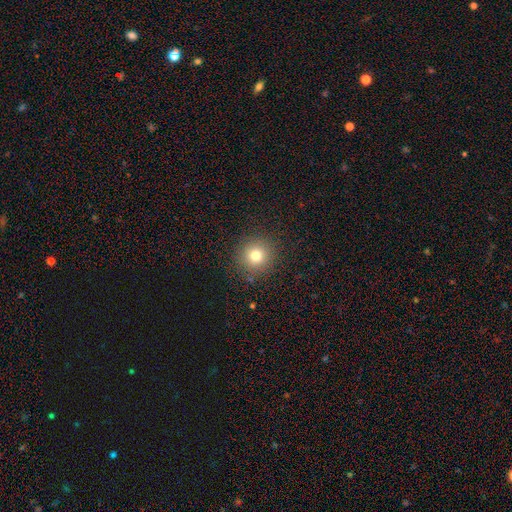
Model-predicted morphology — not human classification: Smooth or featured? Predicted: smooth (p=0.76). How rounded? Predicted: round (p=0.94). Merging? Predicted: none (p=0.89).